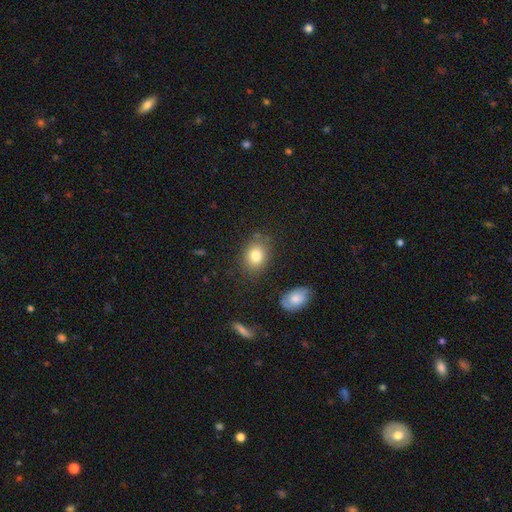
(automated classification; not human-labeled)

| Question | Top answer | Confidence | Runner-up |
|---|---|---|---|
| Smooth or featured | smooth | 81% | star or artifact (10%) |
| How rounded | in between | 58% | round (41%) |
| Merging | none | 80% | minor disturbance (13%) |